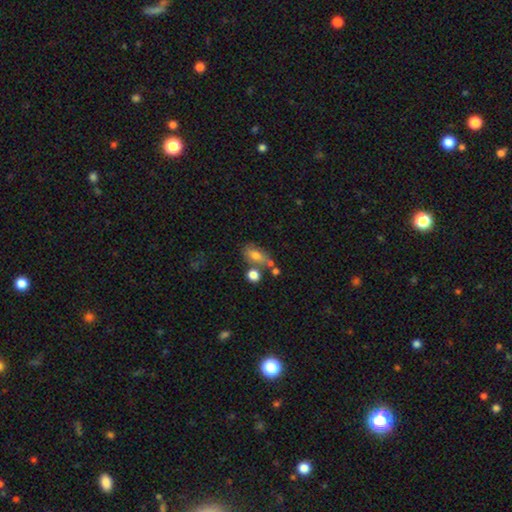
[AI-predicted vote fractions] Smooth or featured?
  - smooth: 71% *
  - featured or disk: 19%
  - star or artifact: 10%
How rounded?
  - in between: 79% *
  - round: 12%
  - cigar-shaped: 9%
Merging?
  - none: 50% *
  - merger: 26%
  - minor disturbance: 17%
  - major disturbance: 7%